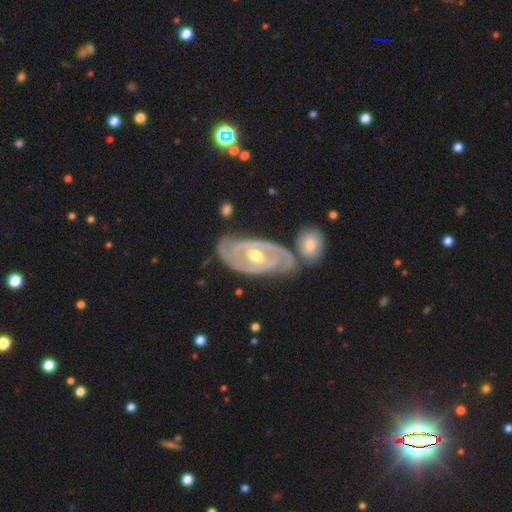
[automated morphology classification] smooth_or_featured: featured or disk (p=0.89) [alt: smooth p=0.06]
disk_edge_on: no (p=0.95) [alt: yes p=0.05]
bar: no (p=0.39) [alt: weak p=0.38]
has_spiral_arms: yes (p=0.93) [alt: no p=0.07]
spiral_winding: tight (p=0.70) [alt: medium p=0.25]
spiral_arm_count: 2 (p=0.66) [alt: can't tell p=0.16]
bulge_size: moderate (p=0.65) [alt: small p=0.31]
merging: none (p=0.67) [alt: minor disturbance p=0.16]